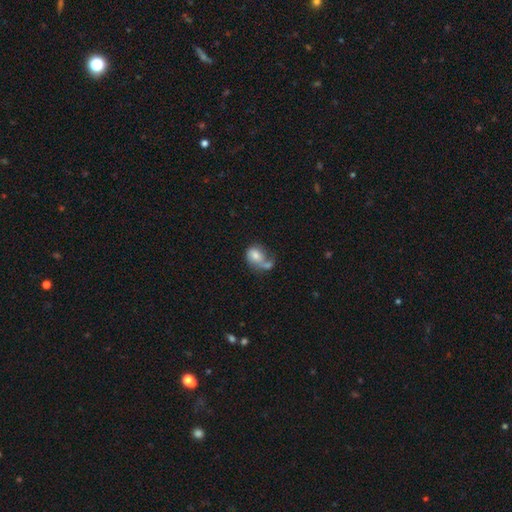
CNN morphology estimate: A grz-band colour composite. It shows a smooth galaxy with no disk features (60%) that is in between round and cigar-shaped (59%). Merging: merger (39%).